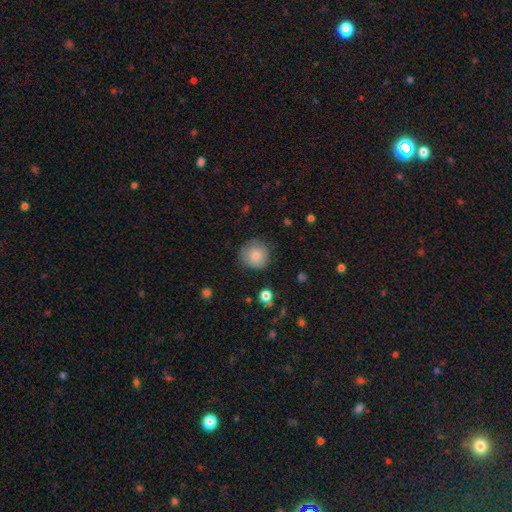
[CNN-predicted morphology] type=smooth (79%); roundness=round (92%); merging=none (79%).